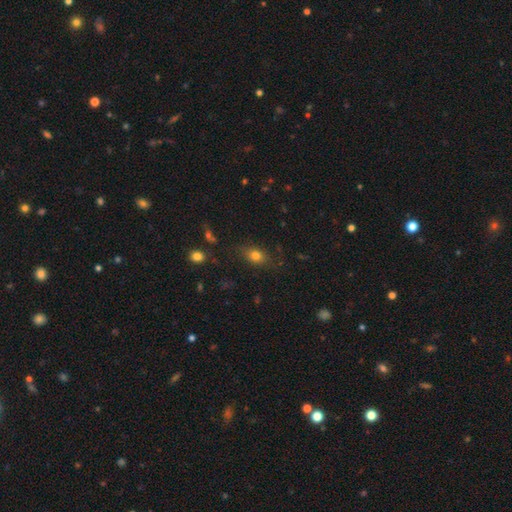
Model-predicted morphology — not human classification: A smooth galaxy with no disk features (77%) that is in between round and cigar-shaped (65%). Merging: none (77%).